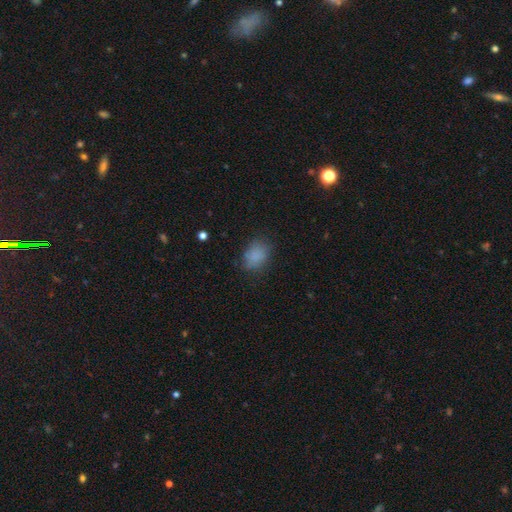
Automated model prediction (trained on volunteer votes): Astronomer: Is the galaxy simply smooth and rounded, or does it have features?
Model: smooth — 81%.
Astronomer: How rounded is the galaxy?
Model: in between — 66%.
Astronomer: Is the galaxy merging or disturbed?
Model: none — 71%.